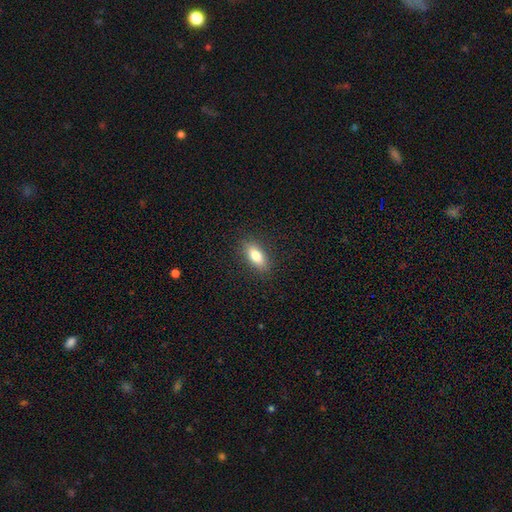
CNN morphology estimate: smooth 80%, featured or disk 13%, star or artifact 8%. Down the decision tree: how rounded — in between (82%); merging — none (88%).